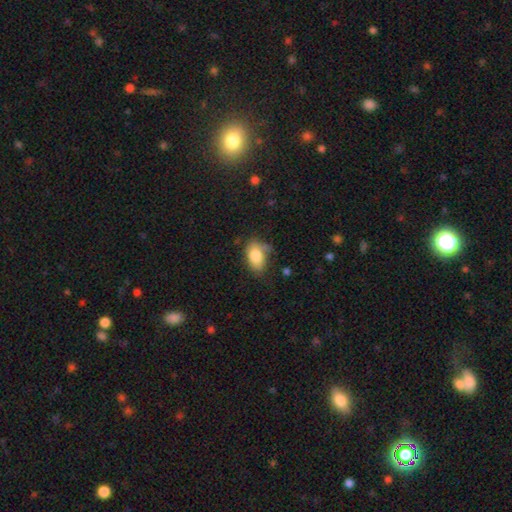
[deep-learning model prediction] Smooth or featured? Predicted: smooth (p=0.81). How rounded? Predicted: in between (p=0.91). Merging? Predicted: none (p=0.56).